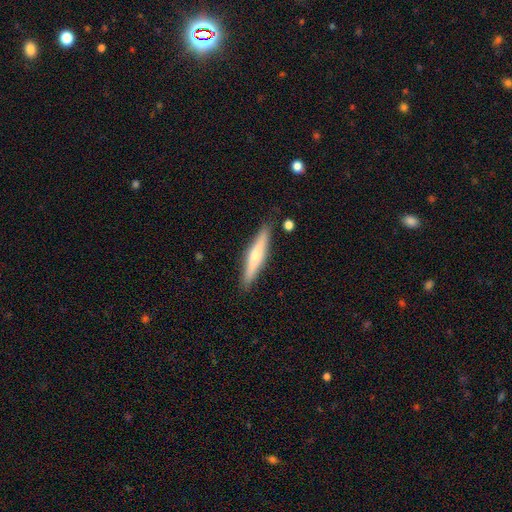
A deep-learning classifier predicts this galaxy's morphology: Smooth or featured? Predicted: smooth (p=0.52). How rounded? Predicted: cigar-shaped (p=0.90). Merging? Predicted: none (p=0.88).